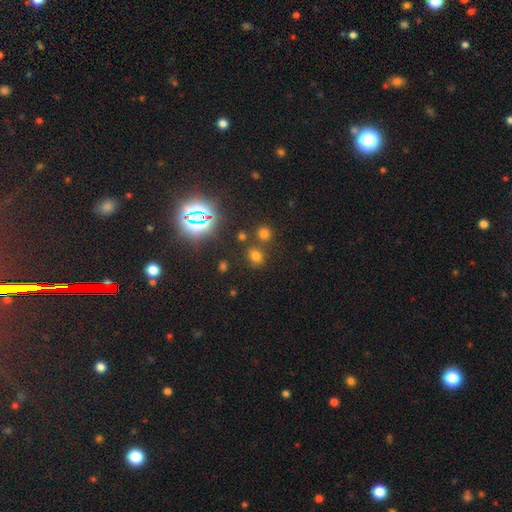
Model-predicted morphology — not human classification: type=smooth (60%); roundness=in between (52%); merging=none (74%).